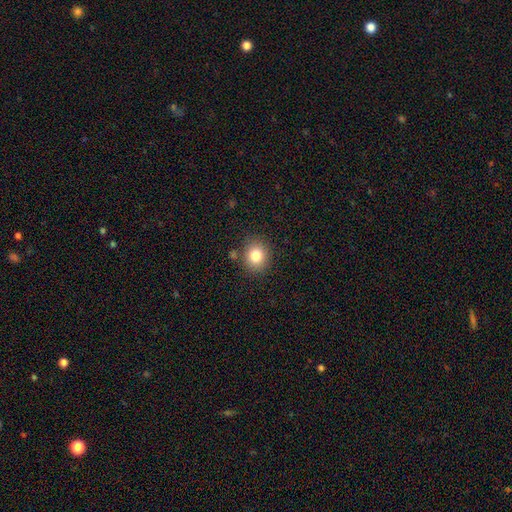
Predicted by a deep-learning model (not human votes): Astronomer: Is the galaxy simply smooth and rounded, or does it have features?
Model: smooth — 81%.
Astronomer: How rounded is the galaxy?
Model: round — 78%.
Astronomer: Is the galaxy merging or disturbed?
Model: none — 84%.